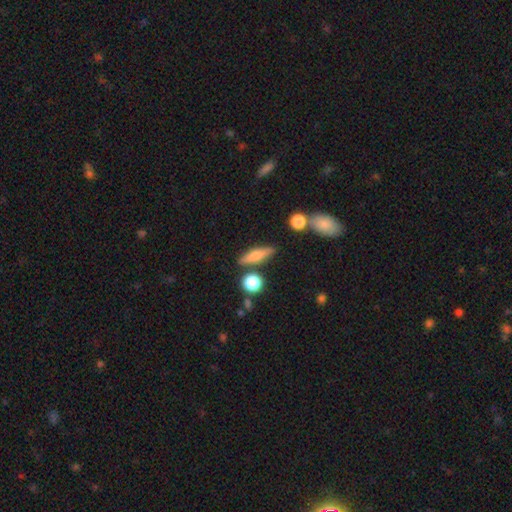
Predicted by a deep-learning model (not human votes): smooth 58%, featured or disk 34%, star or artifact 8%. Down the decision tree: how rounded — cigar-shaped (64%); merging — none (79%).